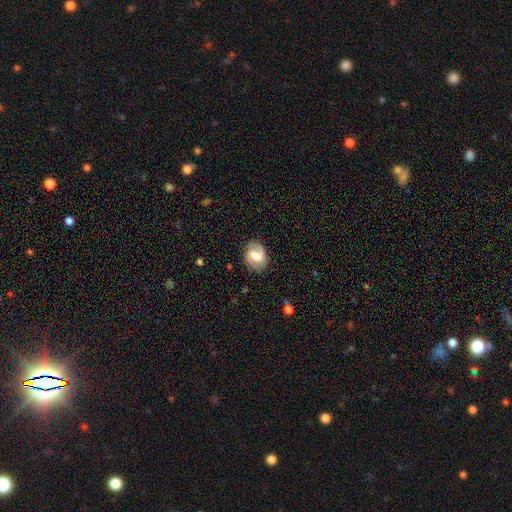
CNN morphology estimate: Smooth or featured: featured or disk — 47% (smooth — 45%)
Merging: none — 75% (minor disturbance — 18%)